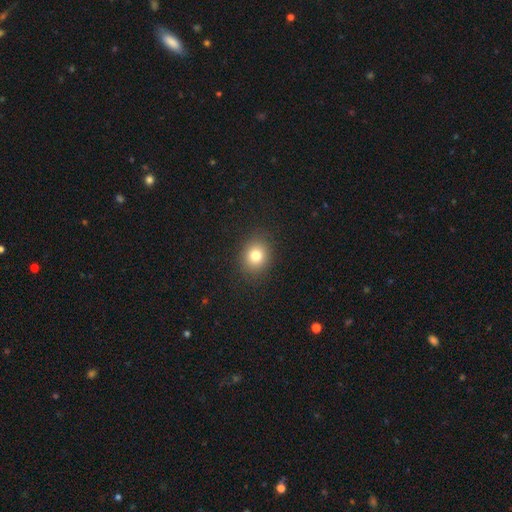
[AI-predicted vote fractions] Smooth or featured?
  - smooth: 80% *
  - star or artifact: 12%
  - featured or disk: 8%
How rounded?
  - round: 67% *
  - in between: 32%
  - cigar-shaped: 1%
Merging?
  - none: 89% *
  - minor disturbance: 7%
  - major disturbance: 3%
  - merger: 1%